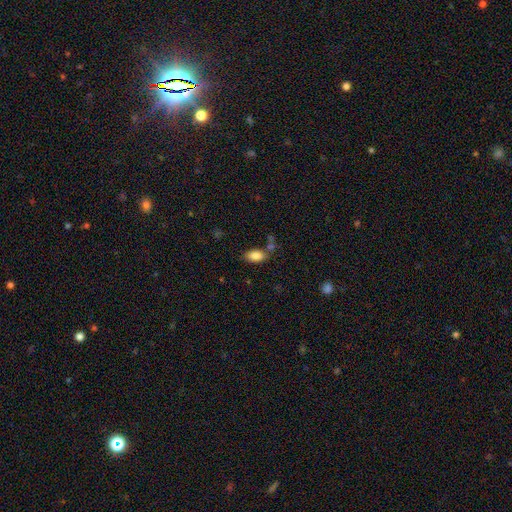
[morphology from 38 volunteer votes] A smooth galaxy with no disk features (87%) that is in between round and cigar-shaped (100%).

Vote fractions:
- Smooth or featured? smooth: 87% / featured or disk: 8% / star or artifact: 5%
- How rounded? in between: 100% / round: 0% / cigar-shaped: 0%
- Merging? none: 83% / merger: 11% / minor disturbance: 3% / major disturbance: 3%